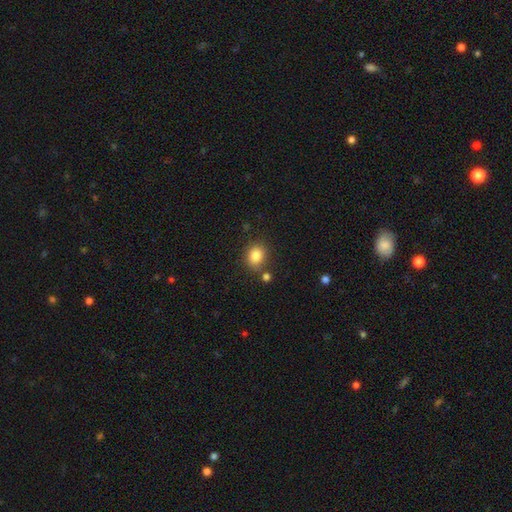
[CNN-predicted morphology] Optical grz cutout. It shows a smooth galaxy with no disk features (84%) that is round (63%). Merging: none (76%).